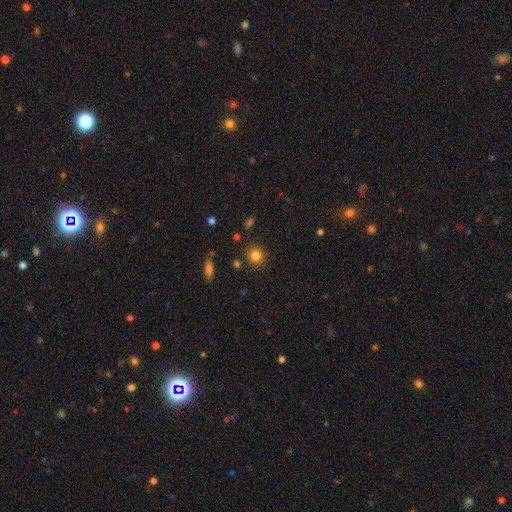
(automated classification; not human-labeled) Morphology: type=smooth (81%); roundness=round (88%); merging=none (86%).